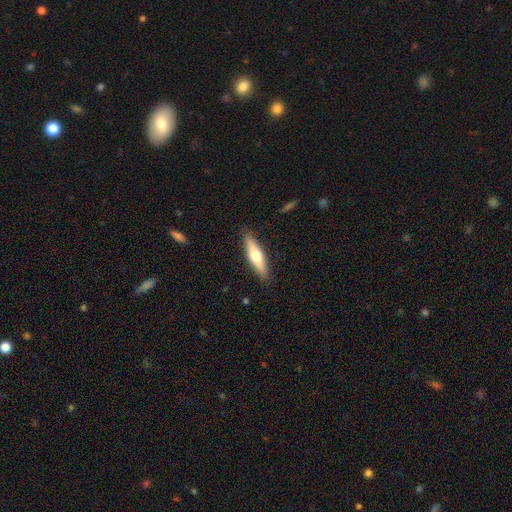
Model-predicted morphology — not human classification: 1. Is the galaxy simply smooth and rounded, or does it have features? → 57% smooth, 37% featured or disk, 5% star or artifact.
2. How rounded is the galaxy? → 71% cigar-shaped, 28% in between, 2% round.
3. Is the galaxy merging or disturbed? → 88% none, 9% minor disturbance, 2% major disturbance, 1% merger.